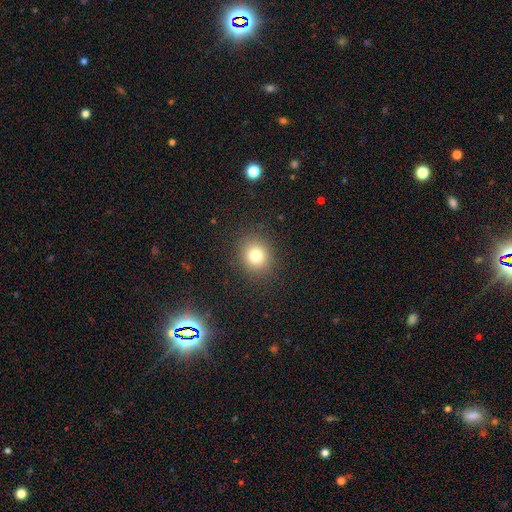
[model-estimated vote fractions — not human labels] Overall: smooth (77%). How rounded: round (79%). Merging: none (88%).